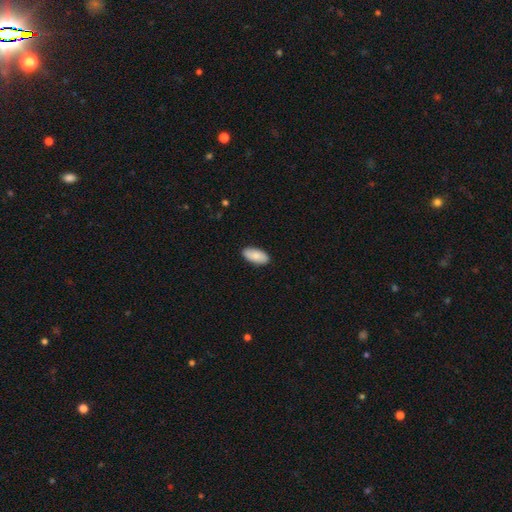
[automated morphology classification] This appears to be a smooth galaxy with no disk features (82%) that is in between round and cigar-shaped (92%). Merging: none (89%).